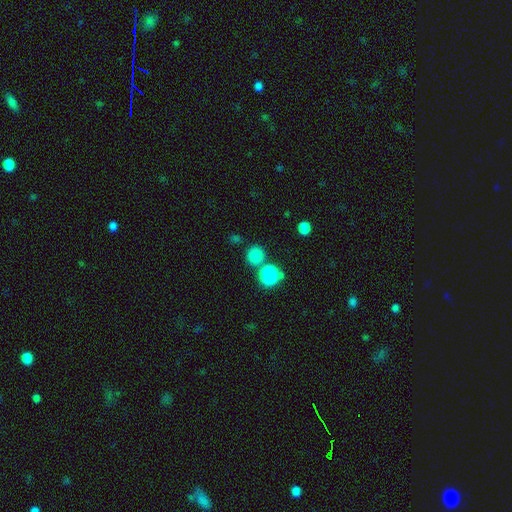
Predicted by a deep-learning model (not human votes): smooth 78%, star or artifact 17%, featured or disk 5%. Down the decision tree: how rounded — round (88%); merging — none (77%).